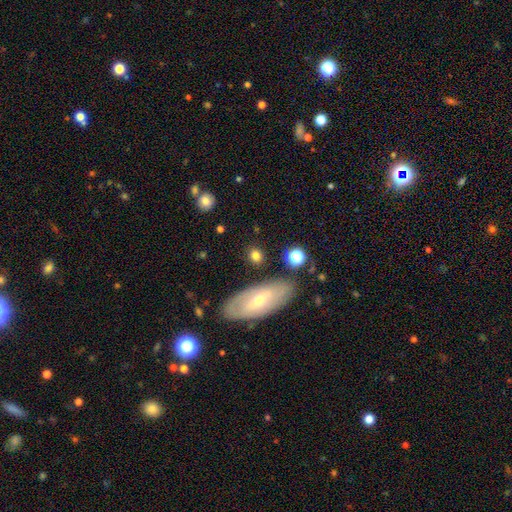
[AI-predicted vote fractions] Smooth or featured?
  - smooth: 76% *
  - featured or disk: 13%
  - star or artifact: 10%
How rounded?
  - round: 61% *
  - in between: 34%
  - cigar-shaped: 6%
Merging?
  - none: 82% *
  - minor disturbance: 10%
  - merger: 5%
  - major disturbance: 4%